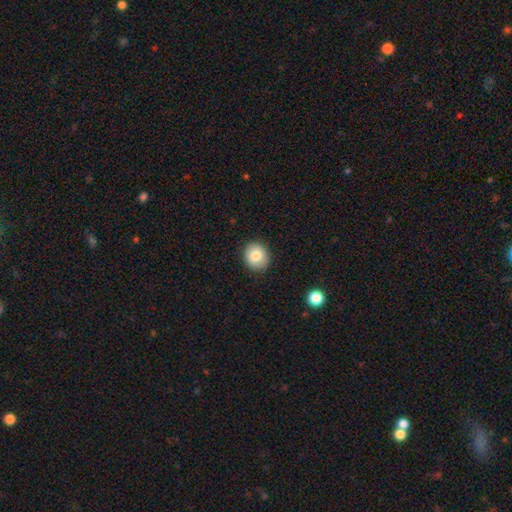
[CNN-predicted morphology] Smooth or featured? Predicted: smooth (p=0.81). How rounded? Predicted: round (p=0.77). Merging? Predicted: none (p=0.90).